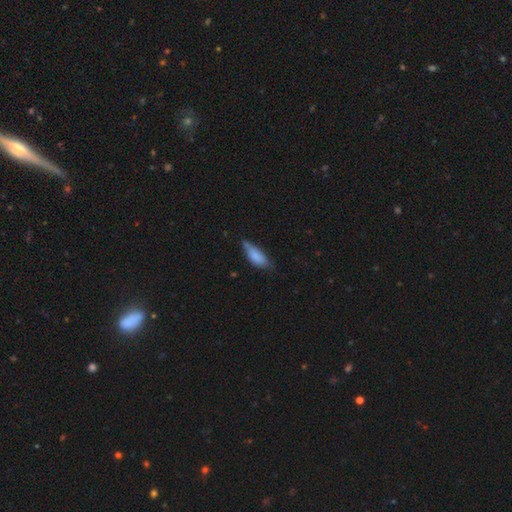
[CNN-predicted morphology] Smooth or featured? smooth (80%)
How rounded? in between (69%)
Merging? none (48%)